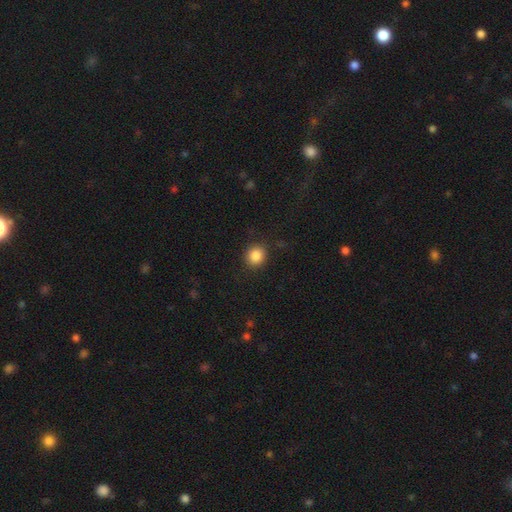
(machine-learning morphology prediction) This is clearly a smooth galaxy (87%). How rounded: clearly round (86%). Merging: clearly none (88%).